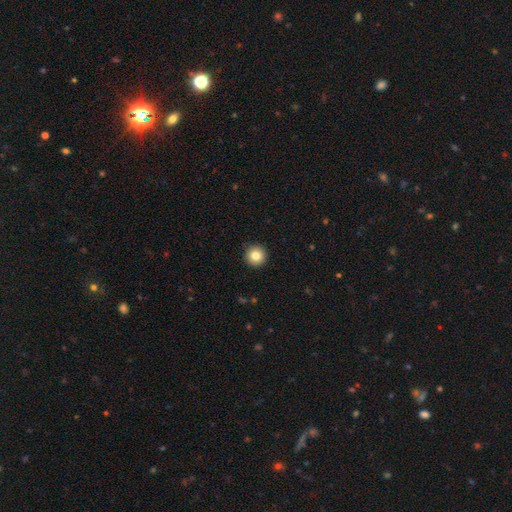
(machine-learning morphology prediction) Q: Smooth or featured?
A: smooth (83%); runner-up: star or artifact (10%)
Q: How rounded?
A: round (96%); runner-up: in between (3%)
Q: Merging?
A: none (93%); runner-up: minor disturbance (5%)